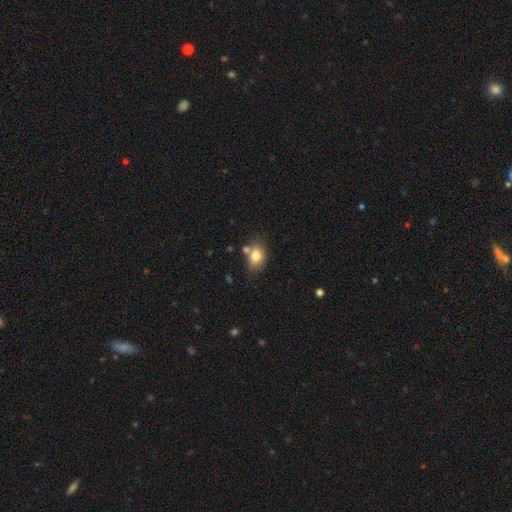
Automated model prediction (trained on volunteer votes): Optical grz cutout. It shows a smooth galaxy with no disk features (79%) that is in between round and cigar-shaped (73%). Merging: none (64%).